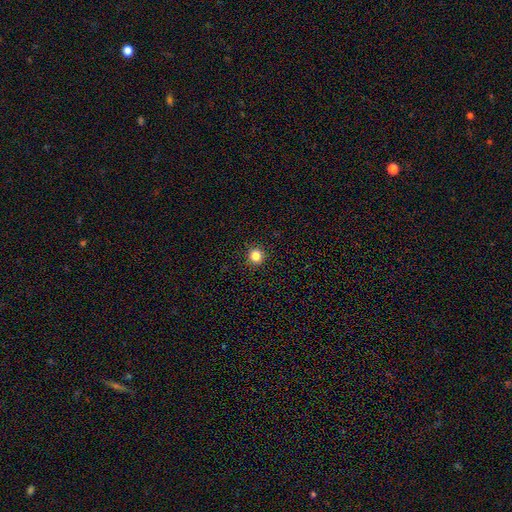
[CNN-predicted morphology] Smooth or featured? Predicted: smooth (p=0.84). How rounded? Predicted: round (p=0.94). Merging? Predicted: none (p=0.93).